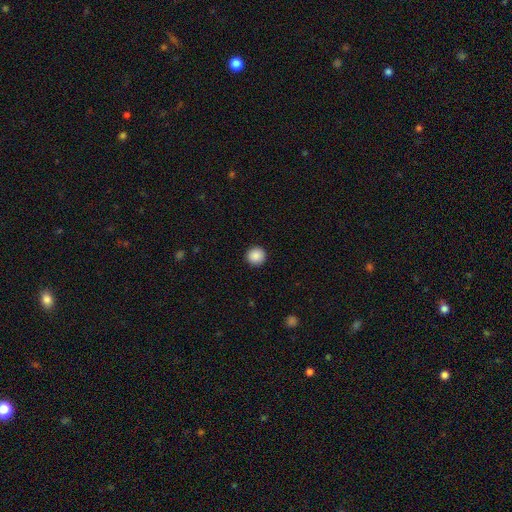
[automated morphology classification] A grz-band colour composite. It shows a smooth galaxy with no disk features (88%) that is round (95%). Merging: none (93%).